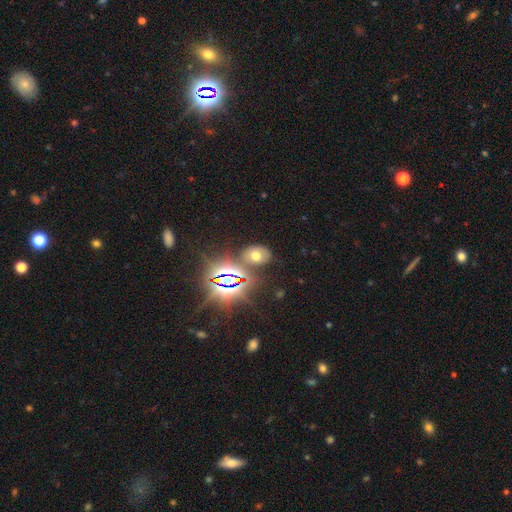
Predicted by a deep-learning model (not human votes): Q: Smooth or featured?
A: smooth (50%); runner-up: star or artifact (33%)
Q: How rounded?
A: in between (73%); runner-up: round (26%)
Q: Merging?
A: none (73%); runner-up: minor disturbance (14%)